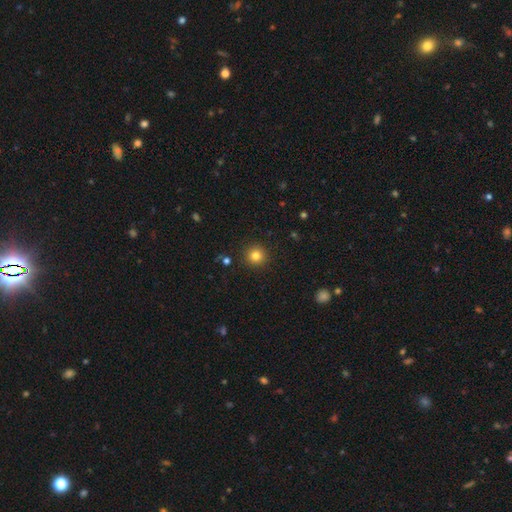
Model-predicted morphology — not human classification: This appears to be a smooth galaxy with no disk features (82%) that is round (95%). Merging: none (92%).